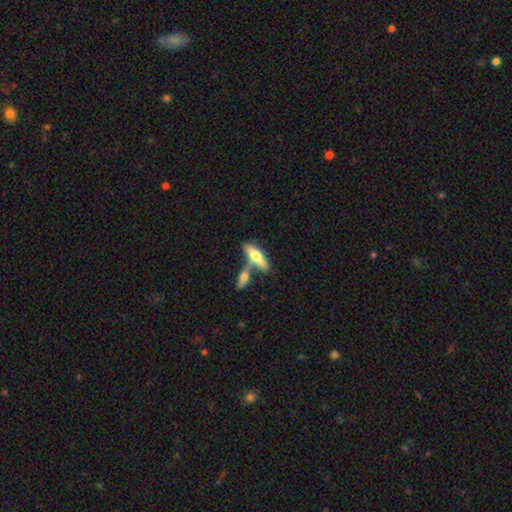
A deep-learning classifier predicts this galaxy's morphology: smooth 52%, featured or disk 42%, star or artifact 6%. Down the decision tree: how rounded — cigar-shaped (54%); merging — merger (45%).